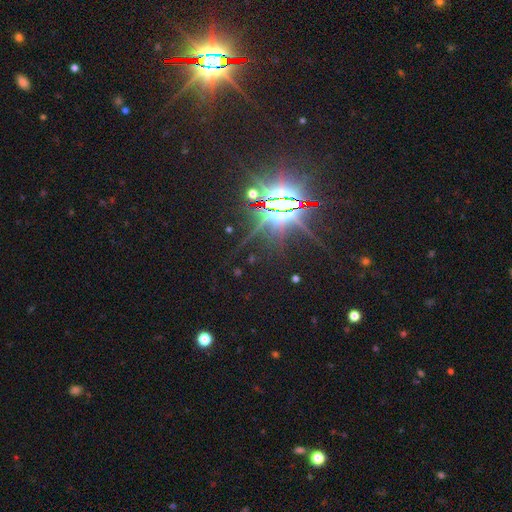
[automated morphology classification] Smooth or featured? star or artifact (87%)